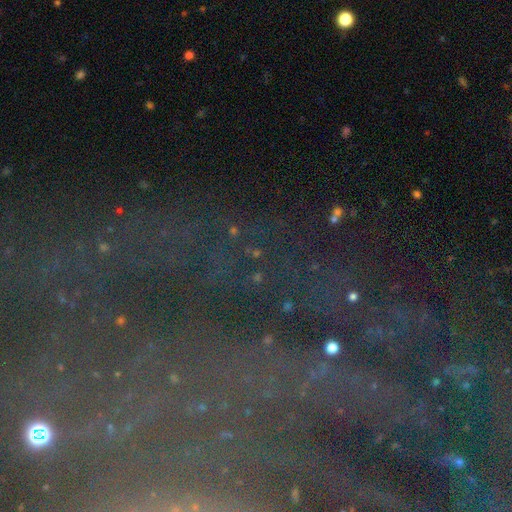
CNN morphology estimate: Smooth or featured?
  - star or artifact: 57% *
  - featured or disk: 31%
  - smooth: 13%